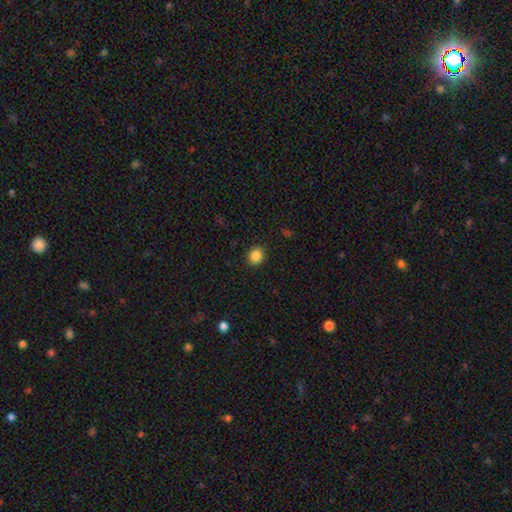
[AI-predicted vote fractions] Q: Smooth or featured?
A: smooth (86%); runner-up: star or artifact (10%)
Q: How rounded?
A: round (76%); runner-up: in between (23%)
Q: Merging?
A: none (90%); runner-up: minor disturbance (6%)